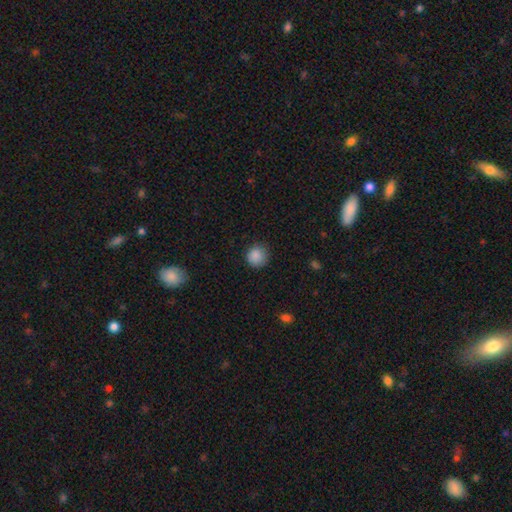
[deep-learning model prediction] Q: Smooth or featured?
A: smooth (87%); runner-up: star or artifact (10%)
Q: How rounded?
A: round (92%); runner-up: in between (7%)
Q: Merging?
A: none (83%); runner-up: minor disturbance (13%)